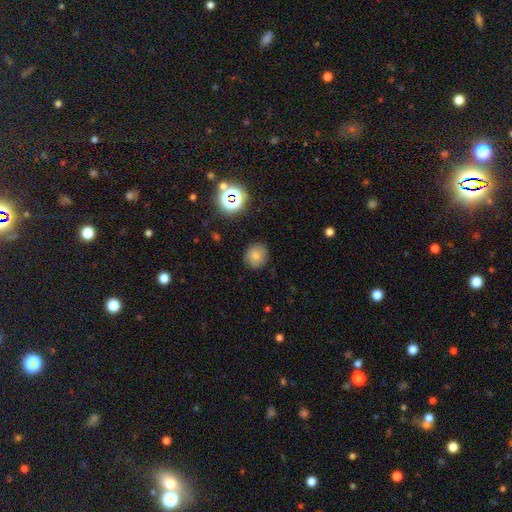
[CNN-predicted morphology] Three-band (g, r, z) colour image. It shows a smooth galaxy with no disk features (73%) that is round (87%). Merging: none (85%).